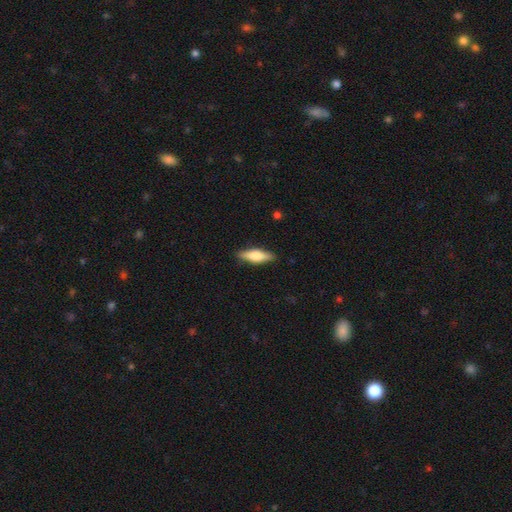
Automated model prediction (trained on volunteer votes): This appears to be a smooth galaxy with no disk features (49%). Merging: none (89%).